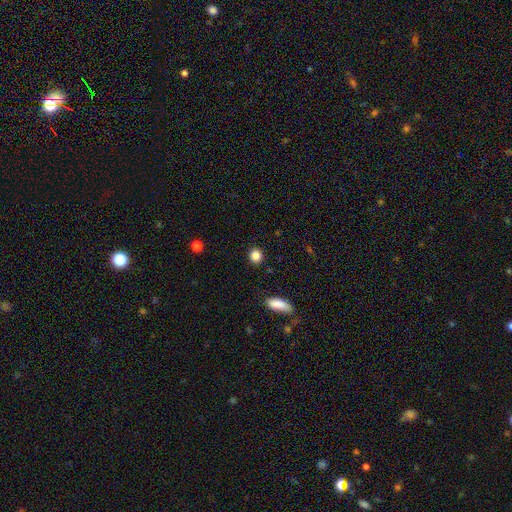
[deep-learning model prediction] Smooth or featured: smooth — 86% (star or artifact — 10%)
How rounded: round — 85% (in between — 13%)
Merging: none — 90% (minor disturbance — 6%)